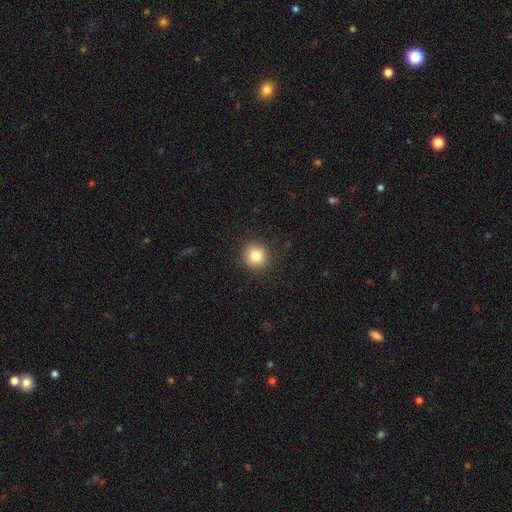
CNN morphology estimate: This is clearly a smooth galaxy (83%). How rounded: clearly round (91%). Merging: clearly none (90%).